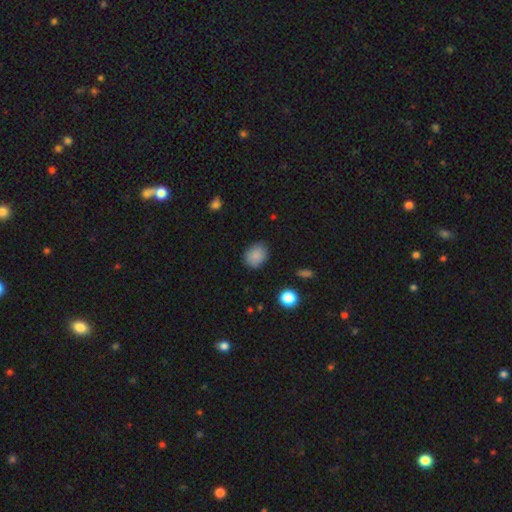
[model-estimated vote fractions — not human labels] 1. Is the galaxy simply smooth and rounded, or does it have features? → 87% smooth, 9% star or artifact, 4% featured or disk.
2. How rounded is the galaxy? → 54% in between, 45% round, 1% cigar-shaped.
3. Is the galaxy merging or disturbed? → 82% none, 14% minor disturbance, 3% major disturbance, 1% merger.